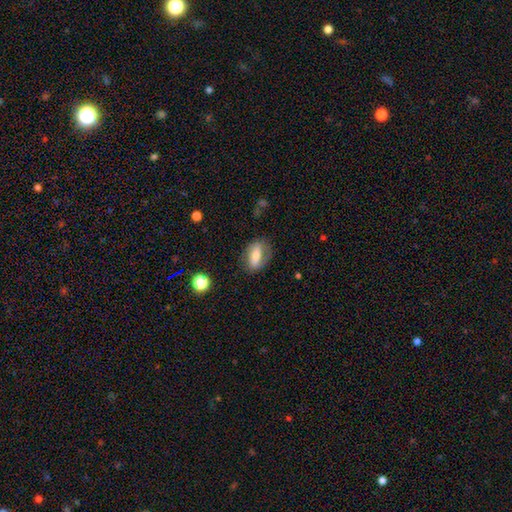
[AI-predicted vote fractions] Overall: smooth (57%; featured or disk 36%). How rounded: in between (79%). Merging: none (71%).